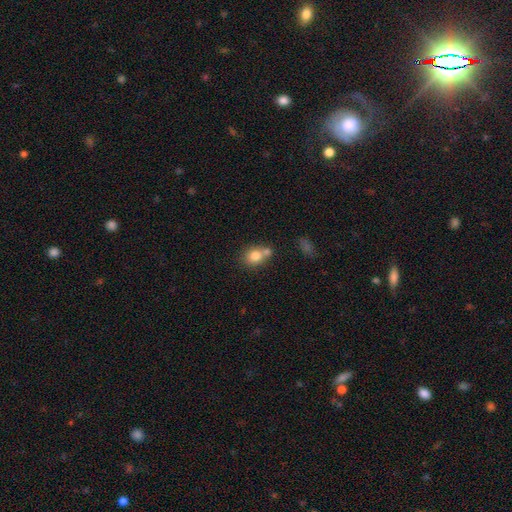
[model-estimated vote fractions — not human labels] A smooth galaxy with no disk features (78%) that is round (54%).

Vote fractions:
- Smooth or featured? smooth: 78% / featured or disk: 12% / star or artifact: 9%
- How rounded? round: 54% / in between: 45% / cigar-shaped: 1%
- Merging? none: 43% / merger: 40% / minor disturbance: 13% / major disturbance: 4%